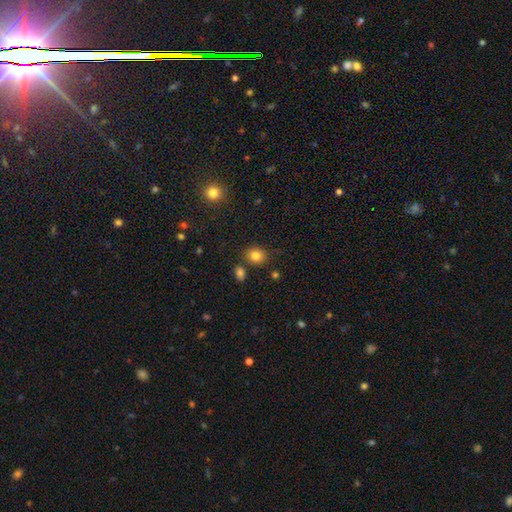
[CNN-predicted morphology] Smooth or featured: smooth — 83% (star or artifact — 11%)
How rounded: round — 65% (in between — 34%)
Merging: none — 78% (minor disturbance — 11%)